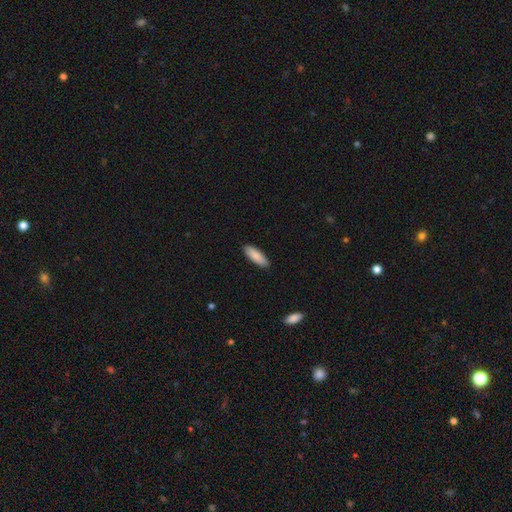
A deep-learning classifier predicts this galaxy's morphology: Overall: smooth (88%). How rounded: in between (60%; cigar-shaped 39%). Merging: none (89%).